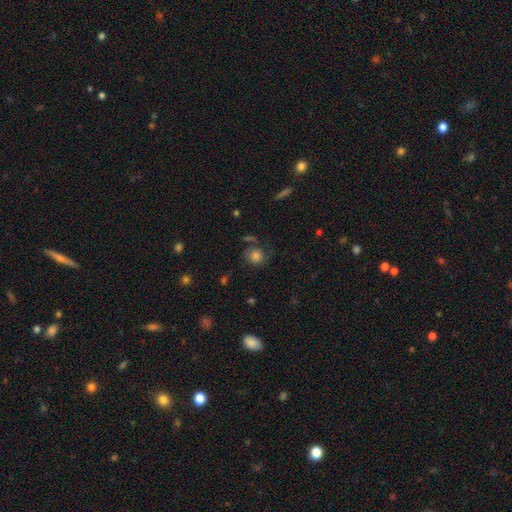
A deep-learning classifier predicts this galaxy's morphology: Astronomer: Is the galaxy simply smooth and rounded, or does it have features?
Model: smooth — 62%.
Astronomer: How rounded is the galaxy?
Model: round — 82%.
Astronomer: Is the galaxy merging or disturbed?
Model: none — 56%.